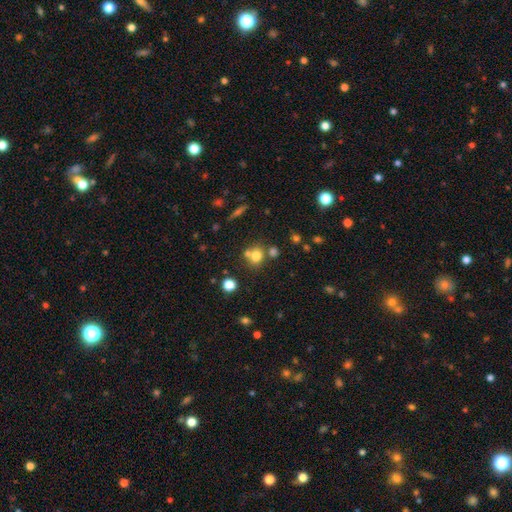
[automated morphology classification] The model was most divided on "merging": none: 54%, merger: 31%, minor disturbance: 10%, major disturbance: 4%. More confident: smooth or featured — smooth (72%); how rounded — round (68%).